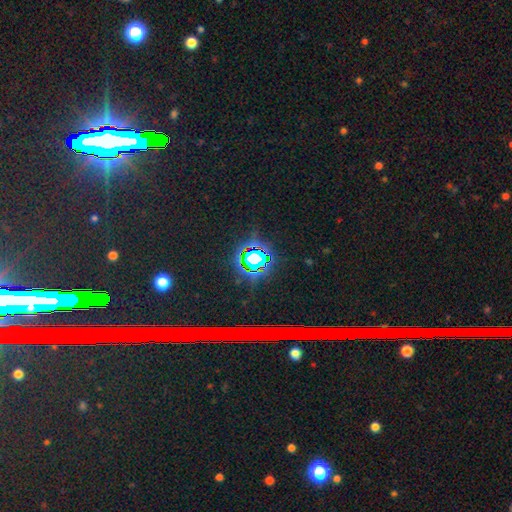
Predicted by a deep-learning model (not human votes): A star or artifact, not a galaxy (81%).

Vote fractions:
- Smooth or featured? star or artifact: 81% / smooth: 12% / featured or disk: 8%